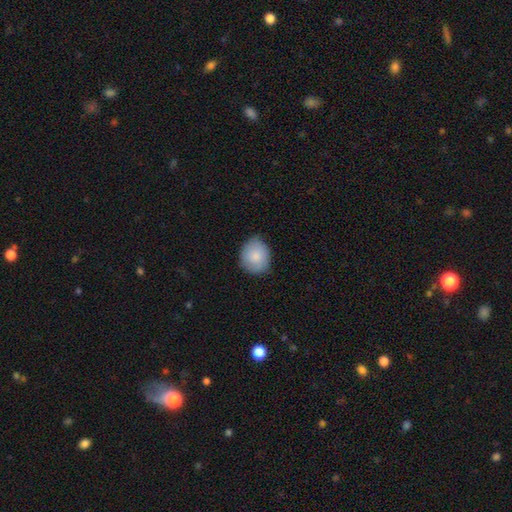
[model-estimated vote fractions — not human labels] This is clearly a smooth galaxy (84%). How rounded: likely round (65%). Merging: likely none (74%).